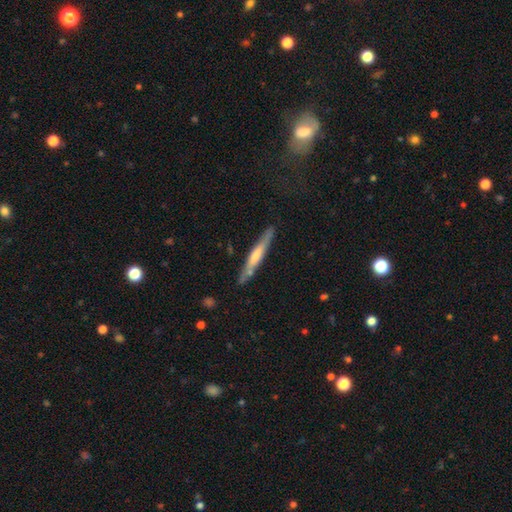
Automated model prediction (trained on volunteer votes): Overall: featured or disk (53%; smooth 41%). Edge-on disk: yes (92%). Merging: none (82%).